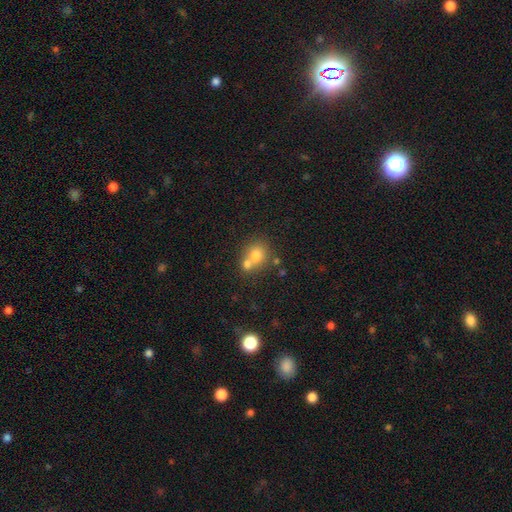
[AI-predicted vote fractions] smooth_or_featured: smooth (p=0.72) [alt: featured or disk p=0.15]
how_rounded: round (p=0.76) [alt: in between p=0.23]
merging: merger (p=0.51) [alt: none p=0.39]